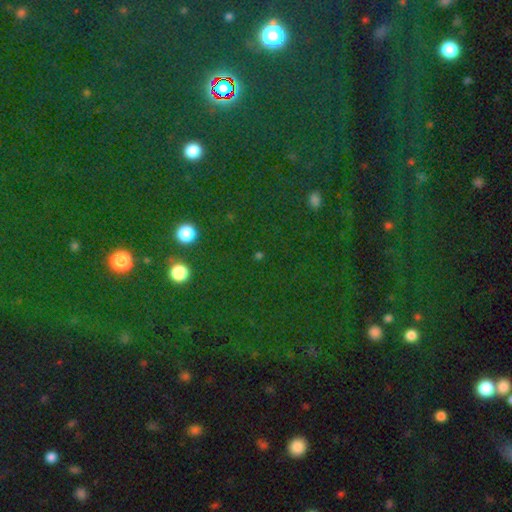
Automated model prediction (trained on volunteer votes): Q: Smooth or featured?
A: star or artifact (78%); runner-up: smooth (14%)